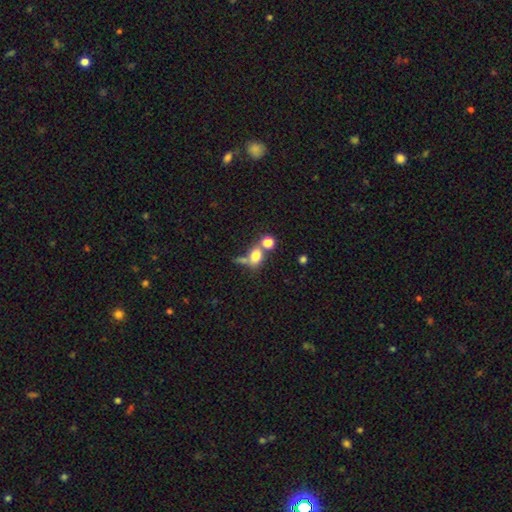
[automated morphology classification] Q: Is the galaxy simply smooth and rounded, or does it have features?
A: smooth — 74%.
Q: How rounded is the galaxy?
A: in between — 58%.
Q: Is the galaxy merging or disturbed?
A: merger — 40%.